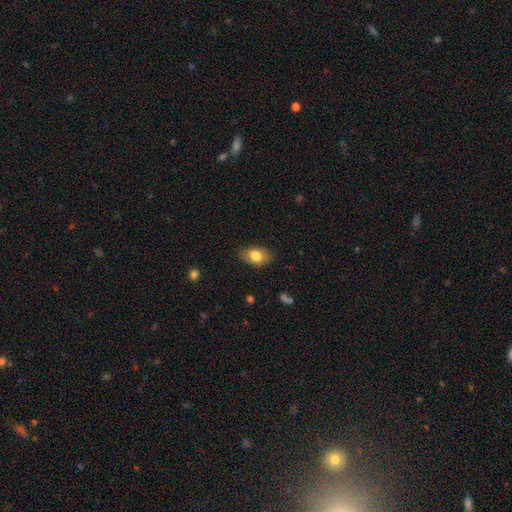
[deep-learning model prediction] smooth_or_featured: smooth (p=0.81) [alt: featured or disk p=0.11]
how_rounded: in between (p=0.86) [alt: round p=0.13]
merging: none (p=0.79) [alt: minor disturbance p=0.17]